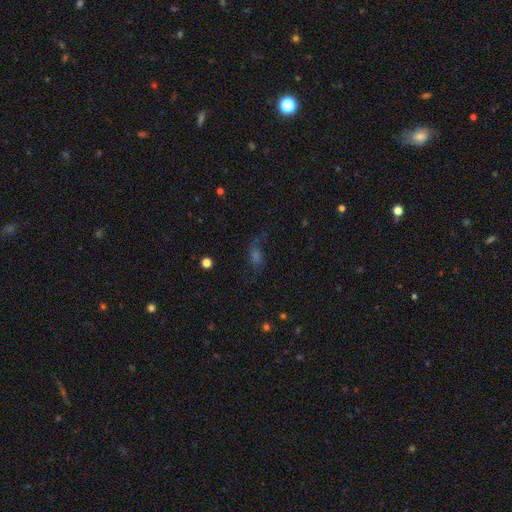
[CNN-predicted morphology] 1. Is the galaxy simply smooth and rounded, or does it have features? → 35% featured or disk, 34% smooth, 31% star or artifact.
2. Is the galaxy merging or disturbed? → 55% none, 23% major disturbance, 19% minor disturbance, 3% merger.